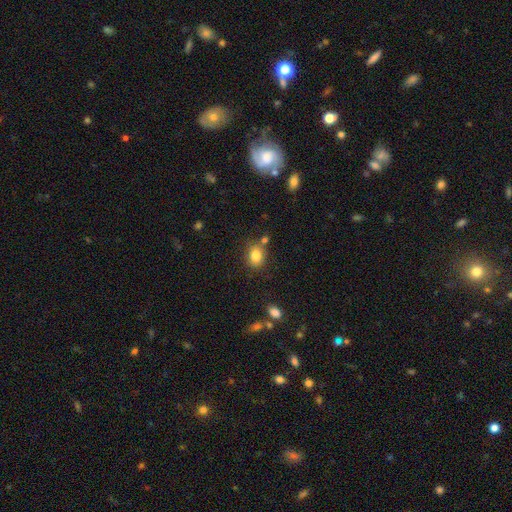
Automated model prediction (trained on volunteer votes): A smooth galaxy with no disk features (82%) that is in between round and cigar-shaped (57%).

Vote fractions:
- Smooth or featured? smooth: 82% / star or artifact: 11% / featured or disk: 8%
- How rounded? in between: 57% / round: 42% / cigar-shaped: 1%
- Merging? none: 72% / minor disturbance: 13% / merger: 11% / major disturbance: 4%